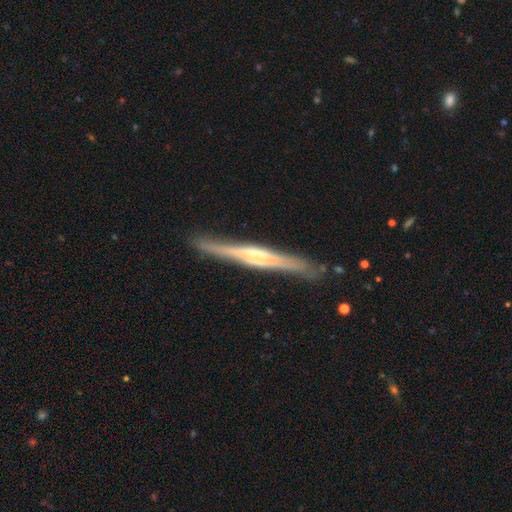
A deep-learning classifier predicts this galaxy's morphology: This appears to be a featured or disk galaxy (75%) viewed edge-on (97%) with a rounded central bulge (39%). Merging: none (86%).